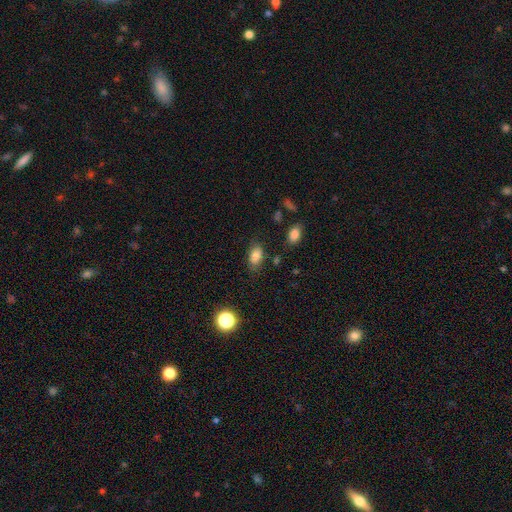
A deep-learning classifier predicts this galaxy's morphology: Q: Smooth or featured?
A: smooth (82%); runner-up: star or artifact (10%)
Q: How rounded?
A: in between (89%); runner-up: round (8%)
Q: Merging?
A: none (77%); runner-up: minor disturbance (16%)